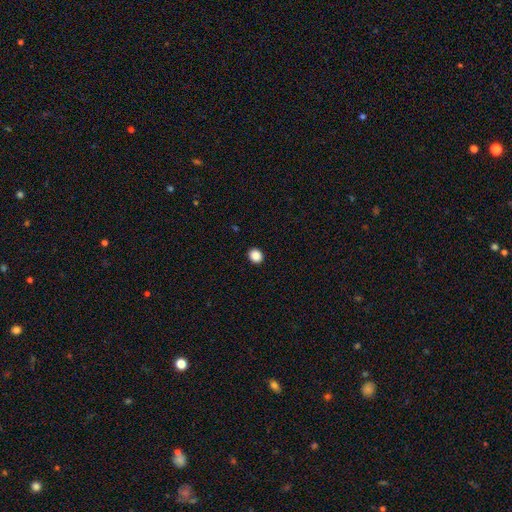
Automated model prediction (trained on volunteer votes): smooth-or-featured: smooth: 88% | star or artifact: 9% | featured or disk: 3%
  how-rounded: round: 71% | in between: 28% | cigar-shaped: 1%
  merging: none: 92% | minor disturbance: 5% | major disturbance: 2% | merger: 1%